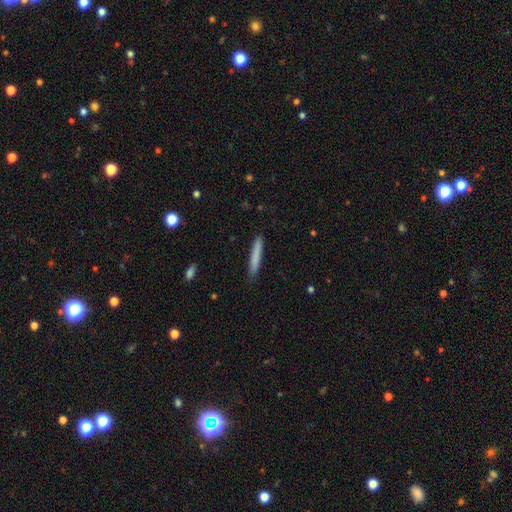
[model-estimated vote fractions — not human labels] This is likely a smooth galaxy (77%). How rounded: clearly cigar-shaped (95%). Merging: clearly none (88%).